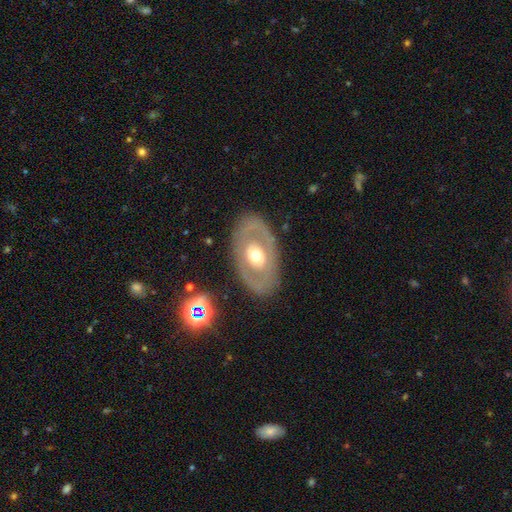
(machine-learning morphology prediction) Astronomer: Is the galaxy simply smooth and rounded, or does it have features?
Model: featured or disk — 62%.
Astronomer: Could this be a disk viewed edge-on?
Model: no — 90%.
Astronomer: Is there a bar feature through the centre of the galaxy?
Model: no — 83%.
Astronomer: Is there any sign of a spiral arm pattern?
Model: no — 83%.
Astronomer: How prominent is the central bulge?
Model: moderate — 70%.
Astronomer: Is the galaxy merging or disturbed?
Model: none — 82%.